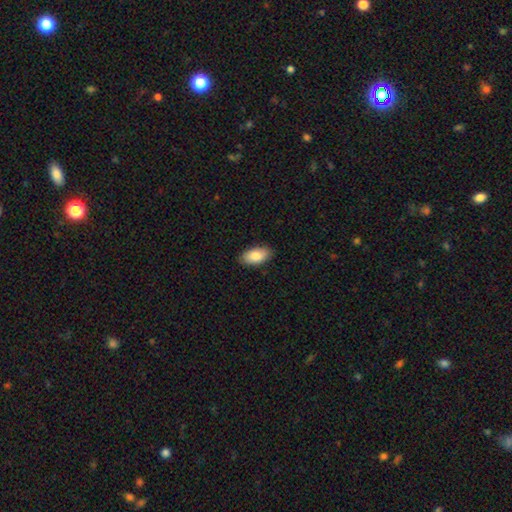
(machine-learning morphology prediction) Smooth or featured? smooth (86%)
How rounded? in between (94%)
Merging? none (88%)